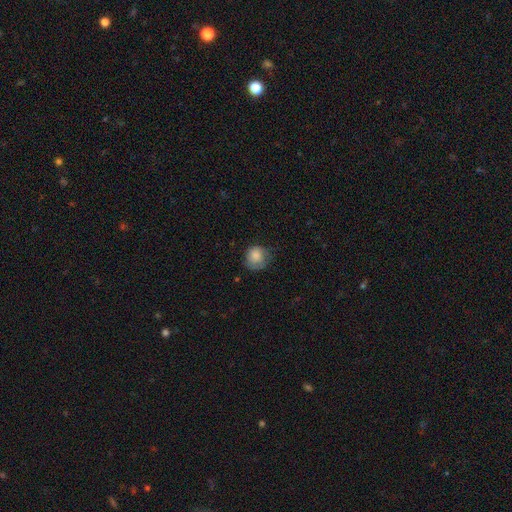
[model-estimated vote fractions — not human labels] This is clearly a smooth galaxy (81%). How rounded: likely round (78%). Merging: possibly none (54%).